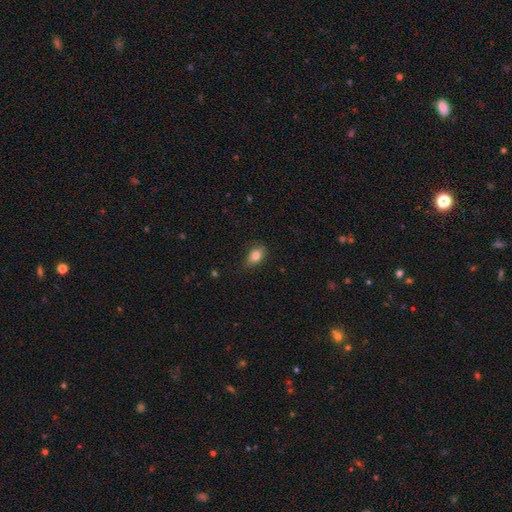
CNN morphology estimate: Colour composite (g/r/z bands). It shows a smooth galaxy with no disk features (82%) that is in between round and cigar-shaped (85%). Merging: none (80%).